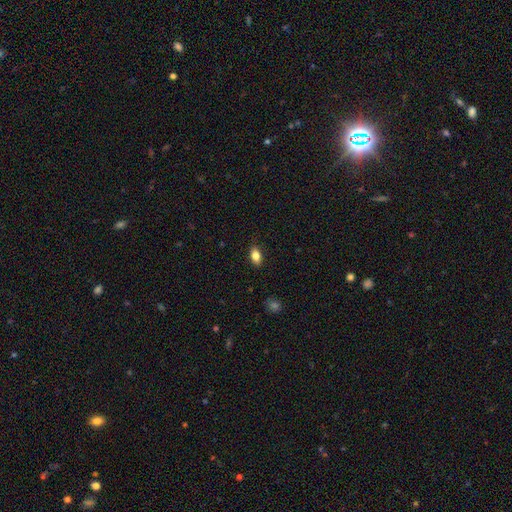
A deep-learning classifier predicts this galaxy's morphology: A smooth galaxy with no disk features (80%) that is in between round and cigar-shaped (86%). Merging: none (85%).